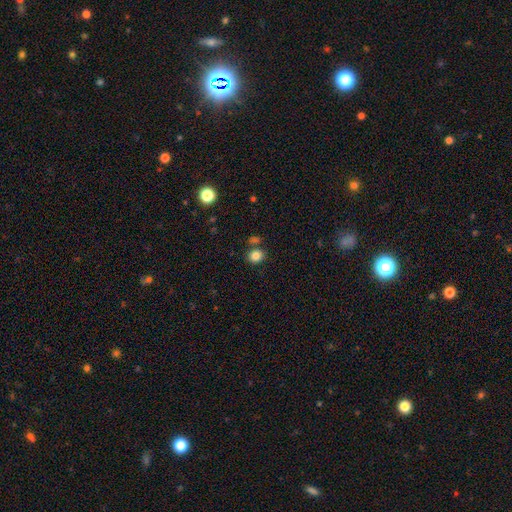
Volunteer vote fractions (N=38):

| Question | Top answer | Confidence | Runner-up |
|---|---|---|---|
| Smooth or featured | smooth | 76% | featured or disk (13%) |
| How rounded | round | 72% | in between (28%) |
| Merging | none | 85% | minor disturbance (6%) |